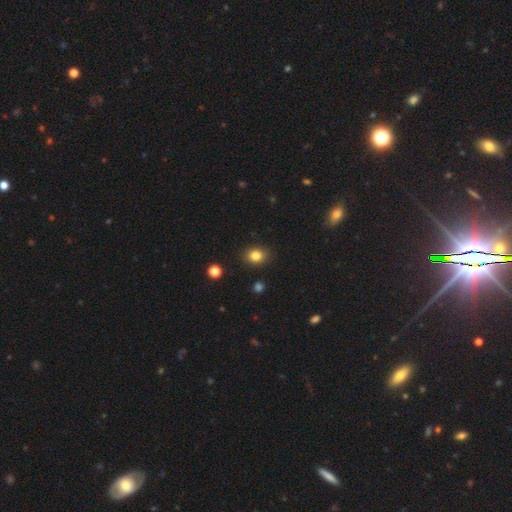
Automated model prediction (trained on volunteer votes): Smooth or featured: smooth — 83% (star or artifact — 12%)
How rounded: round — 60% (in between — 39%)
Merging: none — 87% (minor disturbance — 9%)